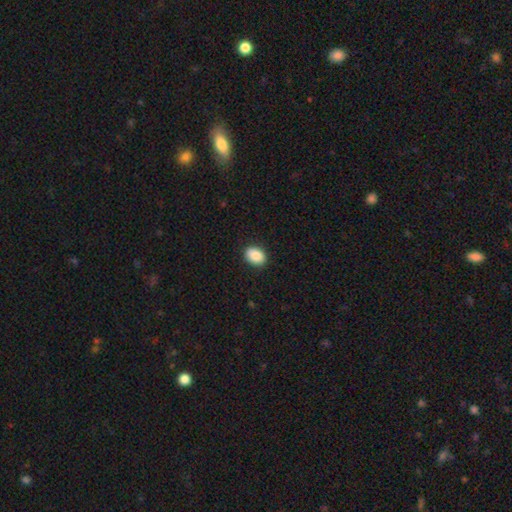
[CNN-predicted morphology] A smooth galaxy with no disk features (87%) that is in between round and cigar-shaped (72%). Merging: none (90%).